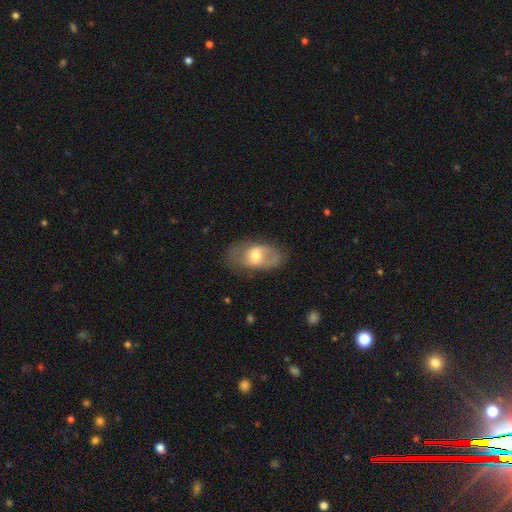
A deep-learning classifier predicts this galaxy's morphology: A featured or disk galaxy (49%).

Vote fractions:
- Smooth or featured? featured or disk: 49% / smooth: 44% / star or artifact: 7%
- Merging? none: 69% / minor disturbance: 20% / major disturbance: 9% / merger: 1%